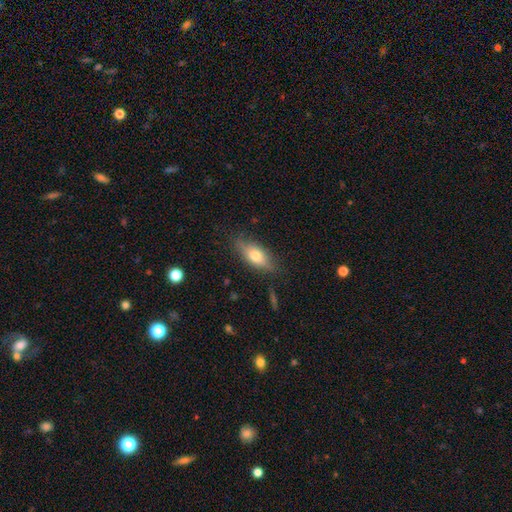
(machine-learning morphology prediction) A smooth galaxy with no disk features (62%) that is in between round and cigar-shaped (73%). Merging: none (78%).